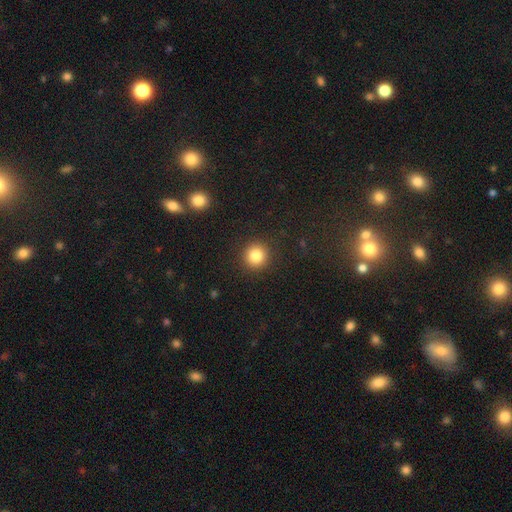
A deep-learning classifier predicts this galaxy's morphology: smooth-or-featured: smooth: 84% | star or artifact: 11% | featured or disk: 5%
  how-rounded: round: 93% | in between: 6% | cigar-shaped: 1%
  merging: none: 91% | minor disturbance: 6% | major disturbance: 2% | merger: 1%